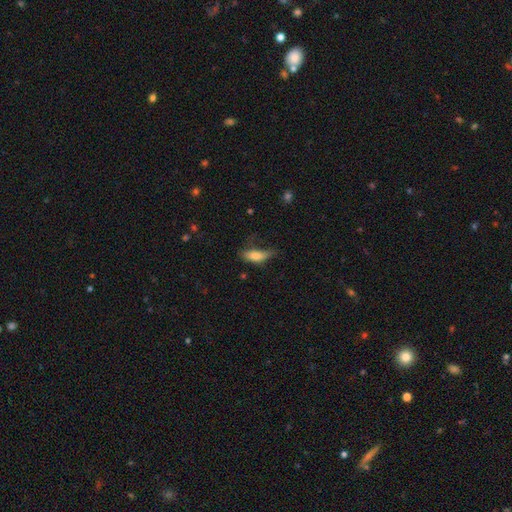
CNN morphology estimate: Smooth or featured? smooth (76%)
How rounded? in between (67%)
Merging? none (39%)